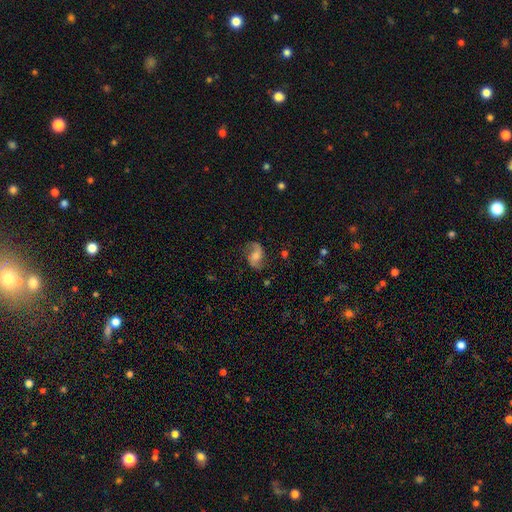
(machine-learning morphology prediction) Smooth or featured?
  - featured or disk: 68% *
  - smooth: 23%
  - star or artifact: 8%
Edge-on disk?
  - no: 97% *
  - yes: 3%
Bar?
  - no: 48% *
  - weak: 39%
  - strong: 13%
Spiral arms?
  - yes: 92% *
  - no: 8%
Spiral winding?
  - loose: 66% *
  - medium: 27%
  - tight: 7%
Spiral arm count?
  - 2: 89% *
  - 1: 4%
  - can't tell: 4%
  - 3: 1%
  - 4: 1%
  - more than 4: 1%
Bulge size?
  - moderate: 48% *
  - small: 33%
  - none: 8%
  - large: 8%
  - dominant: 2%
Merging?
  - none: 71% *
  - minor disturbance: 18%
  - major disturbance: 9%
  - merger: 2%